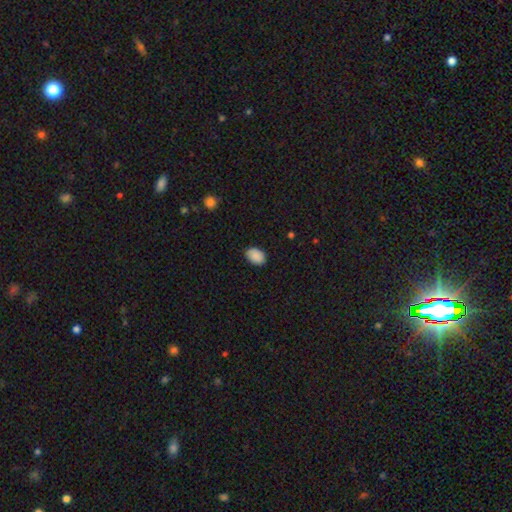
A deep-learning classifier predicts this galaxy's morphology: This is clearly a smooth galaxy (90%). How rounded: clearly in between (85%). Merging: clearly none (86%).